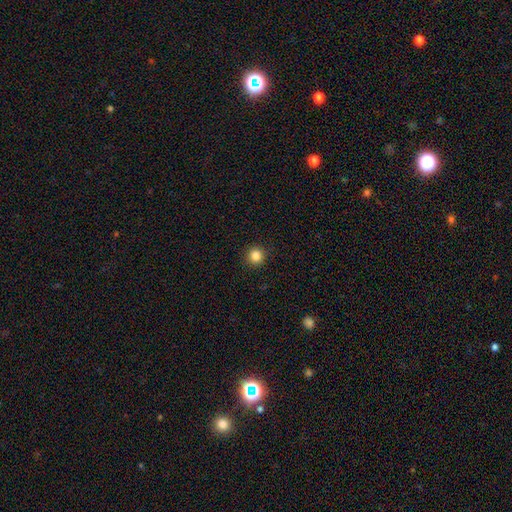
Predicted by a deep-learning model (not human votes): A smooth galaxy with no disk features (85%) that is round (94%).

Vote fractions:
- Smooth or featured? smooth: 85% / star or artifact: 11% / featured or disk: 4%
- How rounded? round: 94% / in between: 5% / cigar-shaped: 1%
- Merging? none: 93% / minor disturbance: 5% / major disturbance: 2% / merger: 1%